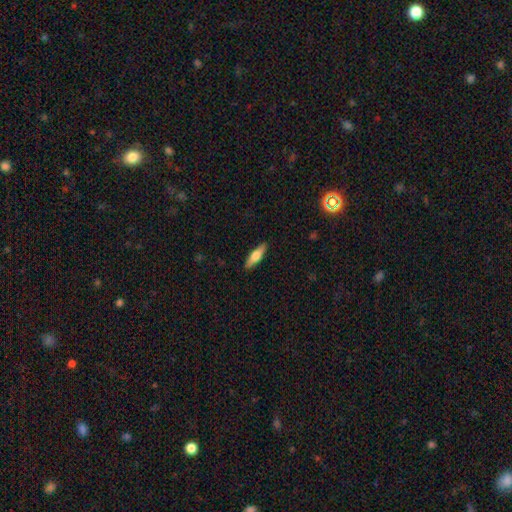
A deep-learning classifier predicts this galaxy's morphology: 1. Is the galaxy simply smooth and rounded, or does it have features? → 62% smooth, 32% featured or disk, 6% star or artifact.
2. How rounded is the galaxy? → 54% cigar-shaped, 44% in between, 2% round.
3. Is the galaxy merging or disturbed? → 89% none, 8% minor disturbance, 2% major disturbance, 1% merger.